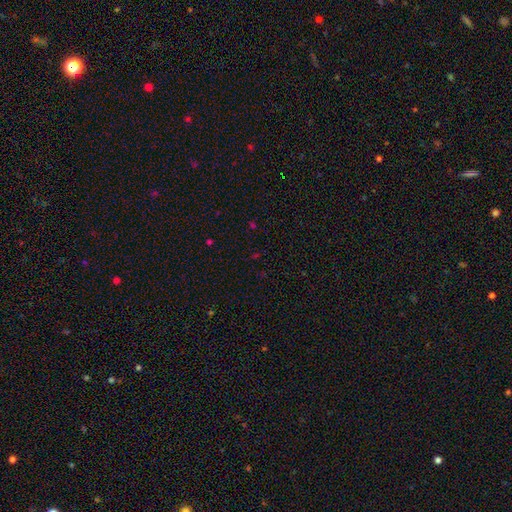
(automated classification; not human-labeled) This is likely a star or artifact rather than a galaxy (65%).